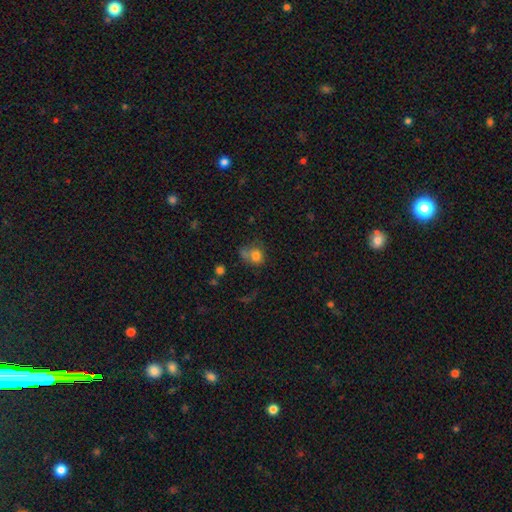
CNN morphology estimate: A smooth galaxy with no disk features (77%) that is round (69%).

Vote fractions:
- Smooth or featured? smooth: 77% / star or artifact: 13% / featured or disk: 10%
- How rounded? round: 69% / in between: 29% / cigar-shaped: 1%
- Merging? none: 45% / minor disturbance: 24% / merger: 16% / major disturbance: 14%